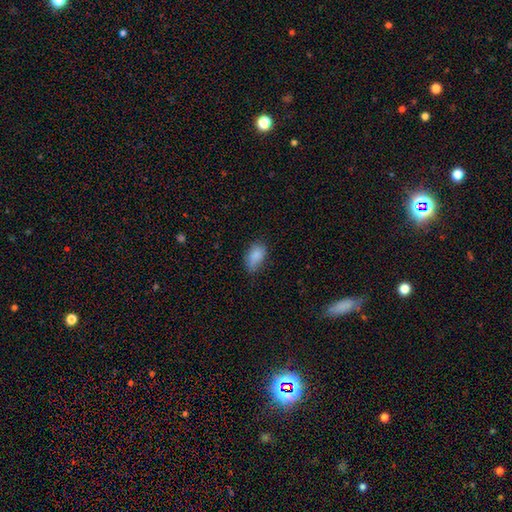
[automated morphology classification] A smooth galaxy with no disk features (86%) that is in between round and cigar-shaped (92%). Merging: none (63%).